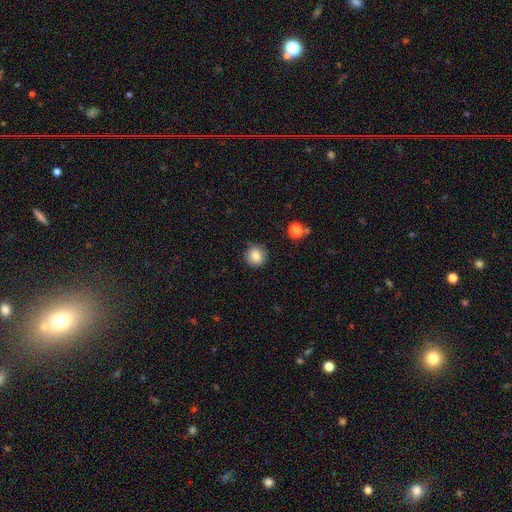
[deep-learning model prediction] This is clearly a smooth galaxy (82%). How rounded: clearly round (93%). Merging: clearly none (90%).